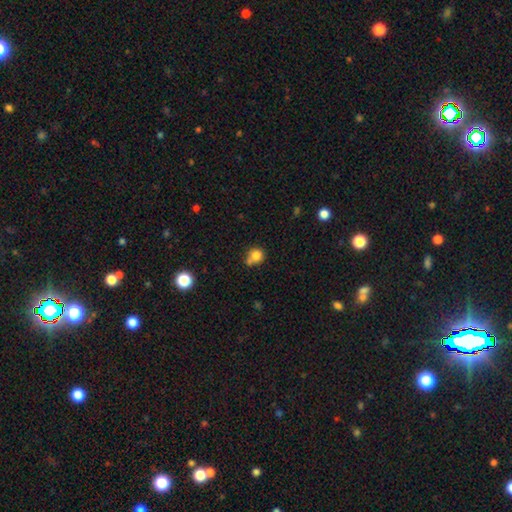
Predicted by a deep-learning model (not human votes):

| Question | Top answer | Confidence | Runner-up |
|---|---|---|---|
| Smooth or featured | smooth | 81% | star or artifact (11%) |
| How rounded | round | 82% | in between (17%) |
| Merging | none | 50% | merger (27%) |